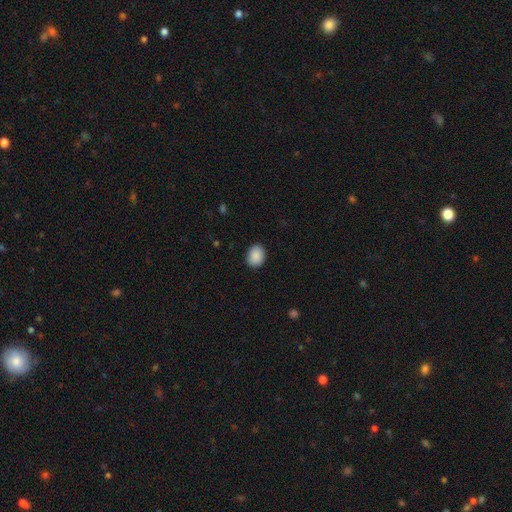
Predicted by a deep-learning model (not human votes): Smooth or featured? Predicted: smooth (p=0.90). How rounded? Predicted: in between (p=0.52). Merging? Predicted: none (p=0.88).